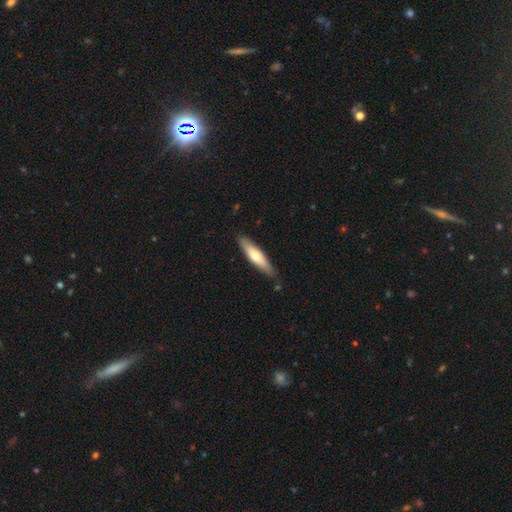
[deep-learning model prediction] The model was most divided on "smooth or featured": smooth: 62%, featured or disk: 33%, star or artifact: 5%. More confident: merging — none (83%); how rounded — cigar-shaped (76%).